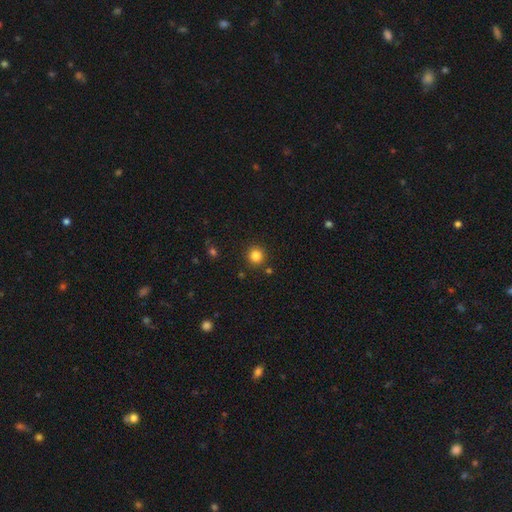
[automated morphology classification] smooth-or-featured: smooth: 83% | star or artifact: 12% | featured or disk: 5%
  how-rounded: round: 94% | in between: 5% | cigar-shaped: 1%
  merging: none: 89% | minor disturbance: 6% | merger: 3% | major disturbance: 2%